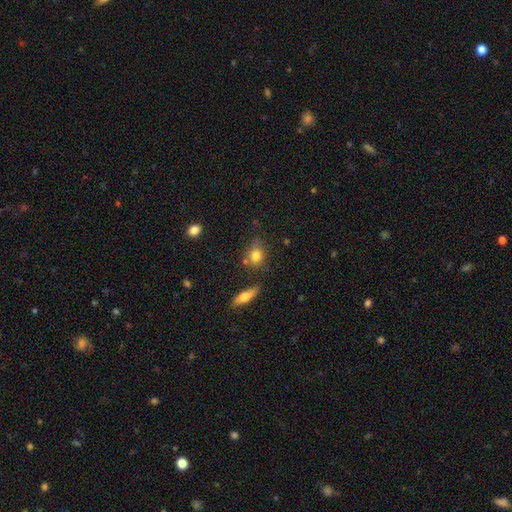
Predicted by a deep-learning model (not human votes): A smooth galaxy with no disk features (80%) that is in between round and cigar-shaped (49%).

Vote fractions:
- Smooth or featured? smooth: 80% / featured or disk: 11% / star or artifact: 9%
- How rounded? in between: 49% / round: 47% / cigar-shaped: 4%
- Merging? none: 64% / minor disturbance: 20% / merger: 10% / major disturbance: 5%